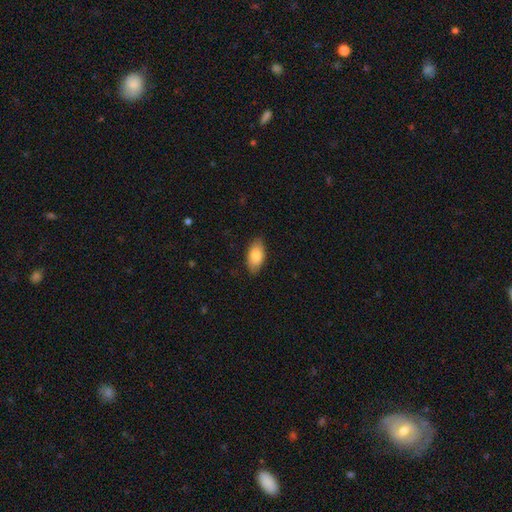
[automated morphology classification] This appears to be a smooth galaxy with no disk features (85%) that is in between round and cigar-shaped (93%). Merging: none (84%).